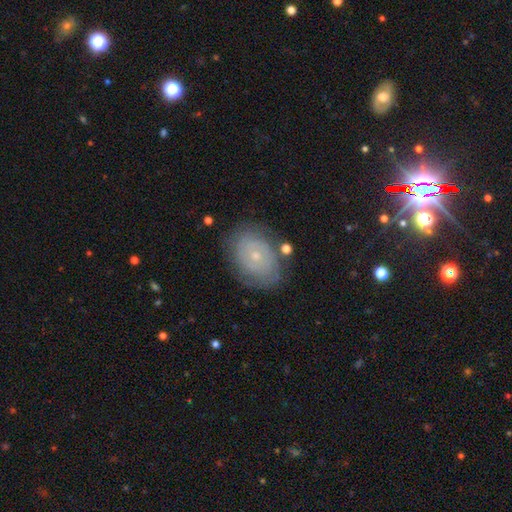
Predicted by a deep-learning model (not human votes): Morphology: type=featured or disk (62%); edge-on=no (96%); bar=no (84%); spiral arms=yes (75%); bulge=small (77%); merging=none (76%).